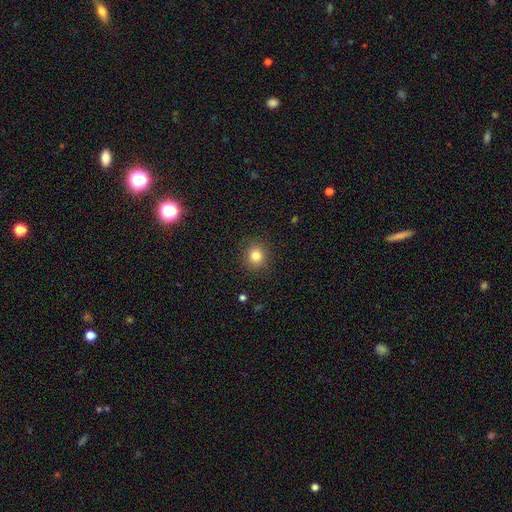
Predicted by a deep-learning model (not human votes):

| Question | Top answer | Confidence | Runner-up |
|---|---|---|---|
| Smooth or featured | smooth | 82% | star or artifact (12%) |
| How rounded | round | 86% | in between (13%) |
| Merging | none | 90% | minor disturbance (7%) |